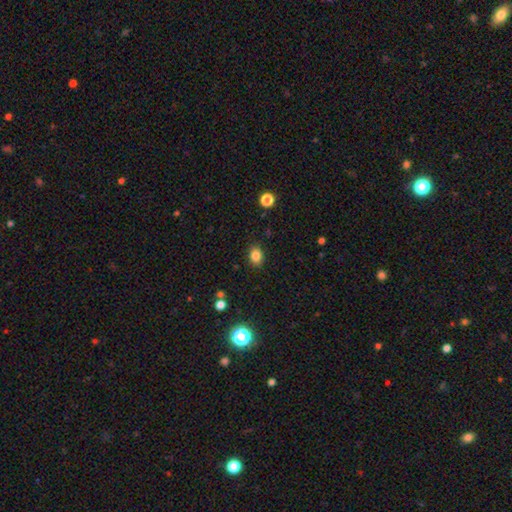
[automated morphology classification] Smooth or featured? smooth (83%)
How rounded? in between (65%)
Merging? none (87%)